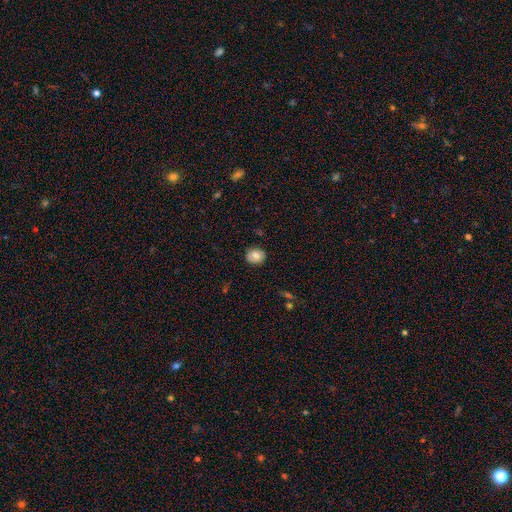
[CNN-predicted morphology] smooth-or-featured: smooth: 74% | featured or disk: 18% | star or artifact: 8%
  how-rounded: round: 76% | in between: 23% | cigar-shaped: 1%
  merging: none: 87% | minor disturbance: 9% | major disturbance: 2% | merger: 1%